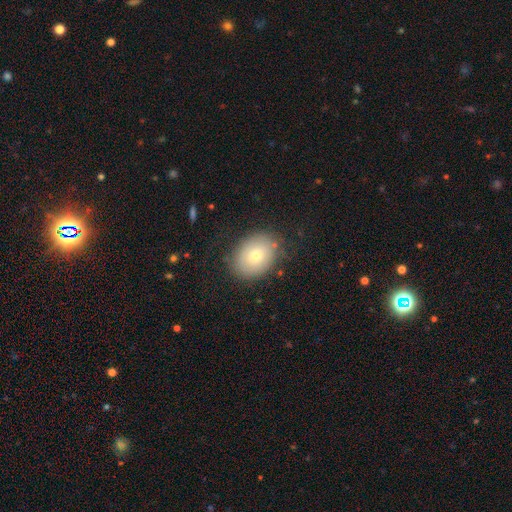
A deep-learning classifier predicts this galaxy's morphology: smooth 71%, featured or disk 20%, star or artifact 9%. Down the decision tree: how rounded — in between (67%); merging — none (80%).